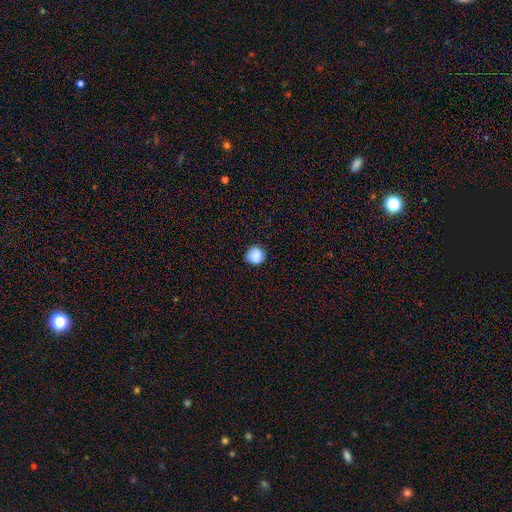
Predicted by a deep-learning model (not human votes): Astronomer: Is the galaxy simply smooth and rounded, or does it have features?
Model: smooth — 86%.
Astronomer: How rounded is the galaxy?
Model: round — 91%.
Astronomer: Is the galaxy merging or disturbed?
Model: none — 84%.